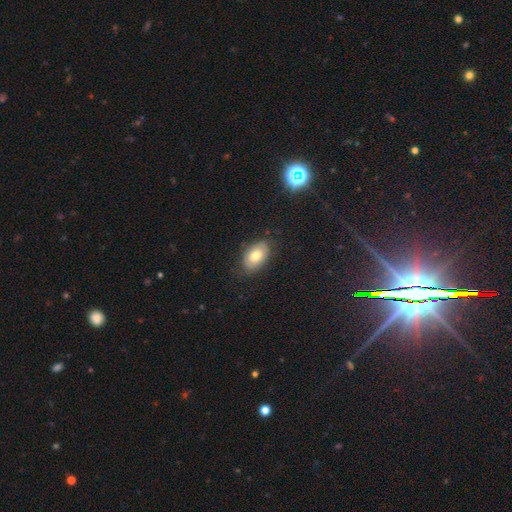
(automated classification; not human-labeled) Morphology: type=smooth (72%); roundness=in between (91%); merging=none (77%).